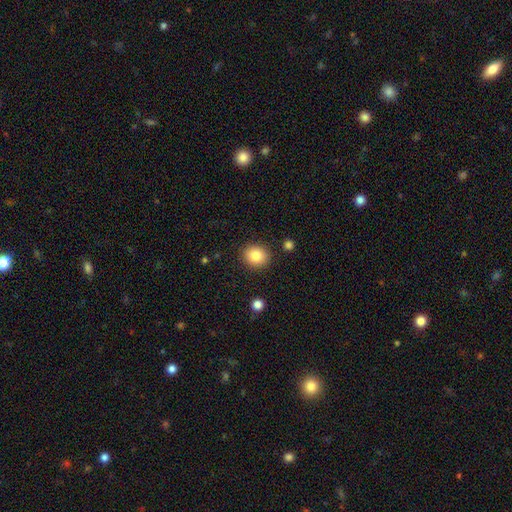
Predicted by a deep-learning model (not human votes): Smooth or featured? smooth (85%)
How rounded? round (76%)
Merging? none (88%)